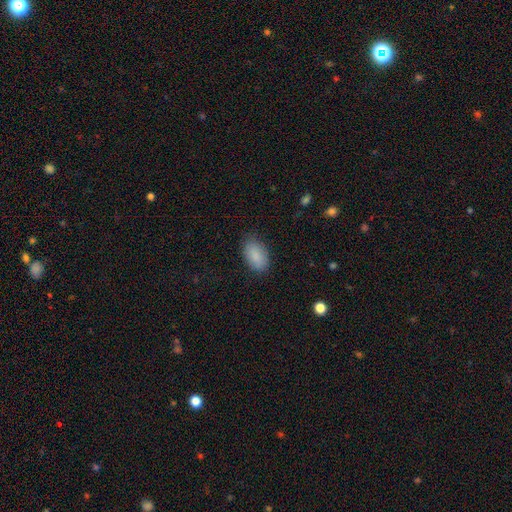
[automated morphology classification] A smooth galaxy with no disk features (88%) that is in between round and cigar-shaped (94%). Merging: none (81%).